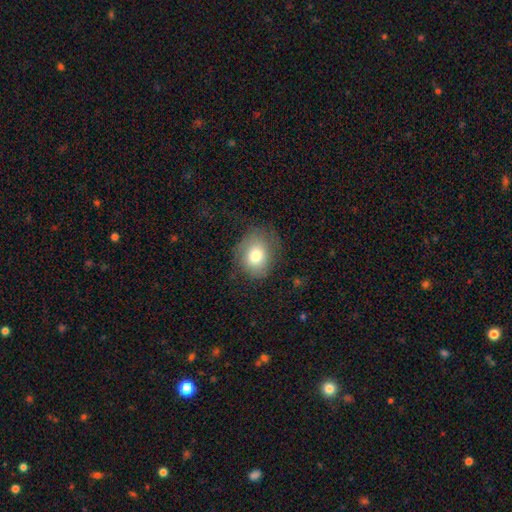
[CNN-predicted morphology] Smooth or featured?
  - smooth: 74% *
  - featured or disk: 17%
  - star or artifact: 9%
How rounded?
  - in between: 51% *
  - round: 48%
  - cigar-shaped: 1%
Merging?
  - none: 65% *
  - minor disturbance: 23%
  - major disturbance: 11%
  - merger: 1%